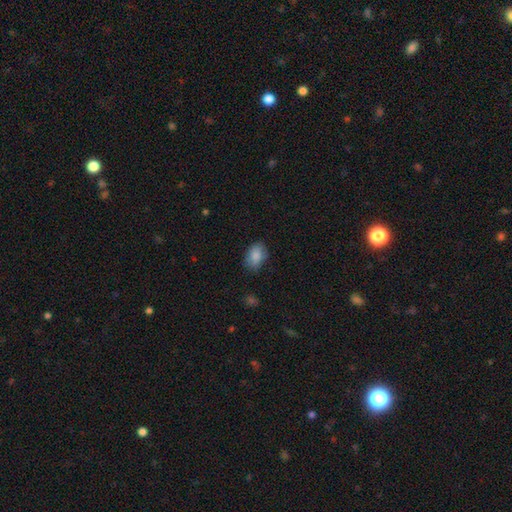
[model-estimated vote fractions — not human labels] Morphology: type=smooth (85%); roundness=in between (84%); merging=none (75%).